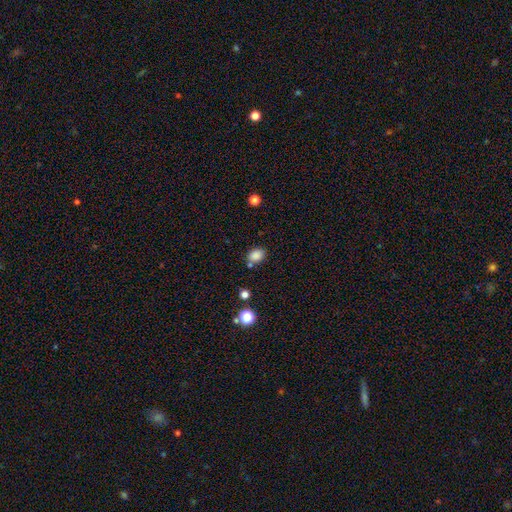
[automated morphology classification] Q: Smooth or featured?
A: smooth (84%); runner-up: star or artifact (11%)
Q: How rounded?
A: in between (63%); runner-up: round (36%)
Q: Merging?
A: none (72%); runner-up: minor disturbance (14%)